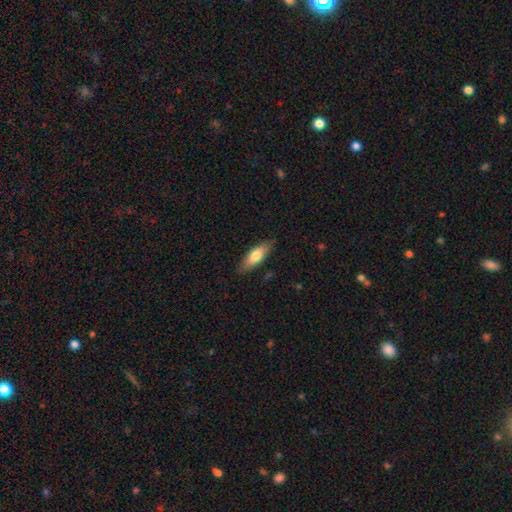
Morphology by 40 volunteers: Q: Smooth or featured?
A: smooth (88%); runner-up: featured or disk (8%)
Q: How rounded?
A: cigar-shaped (49%); runner-up: in between (46%)
Q: Merging?
A: none (71%); runner-up: minor disturbance (24%)